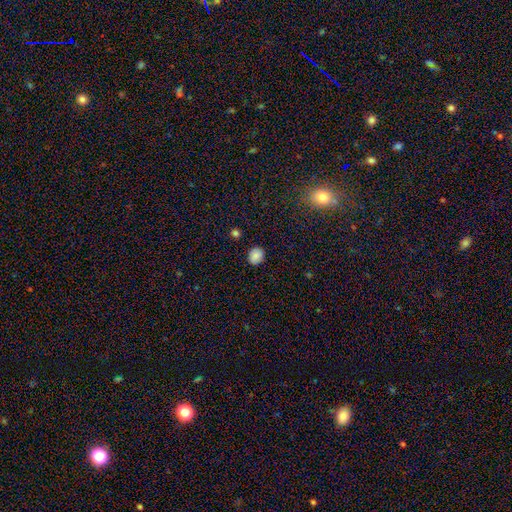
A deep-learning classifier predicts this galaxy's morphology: Q: Smooth or featured?
A: smooth (86%); runner-up: star or artifact (10%)
Q: How rounded?
A: round (64%); runner-up: in between (35%)
Q: Merging?
A: none (88%); runner-up: minor disturbance (9%)